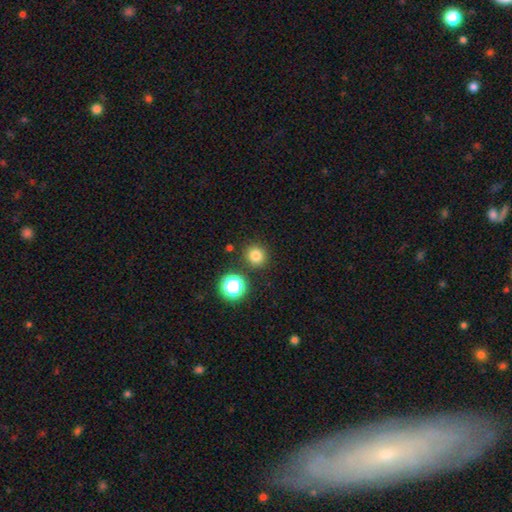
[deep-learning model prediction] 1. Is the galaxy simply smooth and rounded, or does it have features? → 79% smooth, 15% star or artifact, 5% featured or disk.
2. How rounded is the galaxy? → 92% round, 7% in between, 1% cigar-shaped.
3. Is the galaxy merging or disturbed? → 87% none, 7% minor disturbance, 4% merger, 2% major disturbance.